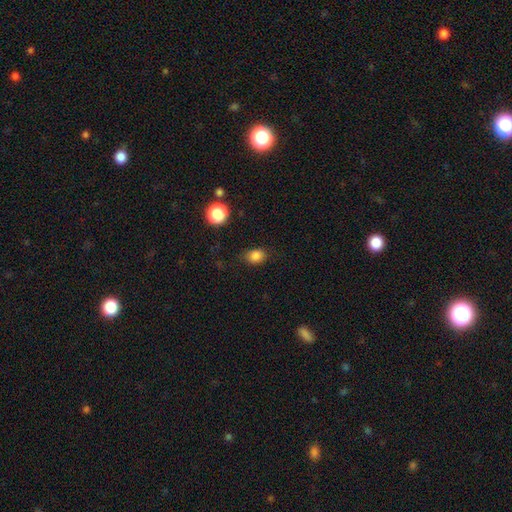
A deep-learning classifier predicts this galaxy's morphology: The model was most divided on "how rounded": in between: 57%, round: 42%, cigar-shaped: 1%. More confident: smooth or featured — smooth (83%); merging — none (78%).